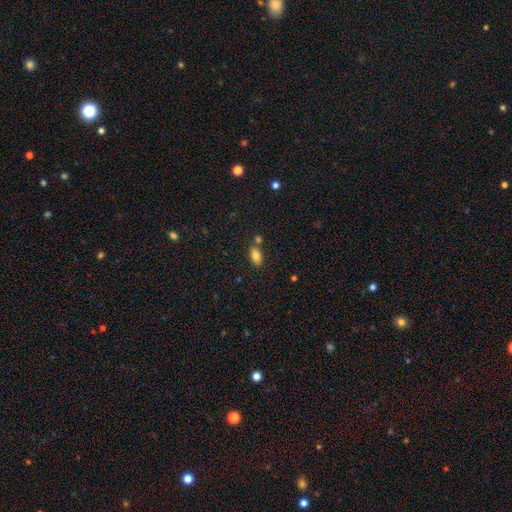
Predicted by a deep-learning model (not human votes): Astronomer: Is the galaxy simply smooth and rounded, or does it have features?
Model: smooth — 82%.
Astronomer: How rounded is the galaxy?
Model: in between — 91%.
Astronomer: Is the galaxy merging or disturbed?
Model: none — 72%.